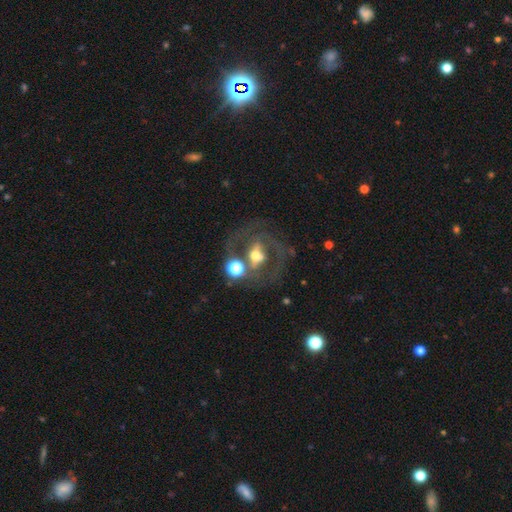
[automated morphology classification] Smooth or featured?
  - featured or disk: 67% *
  - smooth: 22%
  - star or artifact: 12%
Edge-on disk?
  - no: 92% *
  - yes: 8%
Bar?
  - strong: 41% *
  - weak: 30%
  - no: 29%
Spiral arms?
  - yes: 52% *
  - no: 48%
Bulge size?
  - moderate: 64% *
  - small: 20%
  - large: 12%
  - dominant: 2%
  - none: 2%
Merging?
  - none: 56% *
  - merger: 17%
  - major disturbance: 14%
  - minor disturbance: 14%